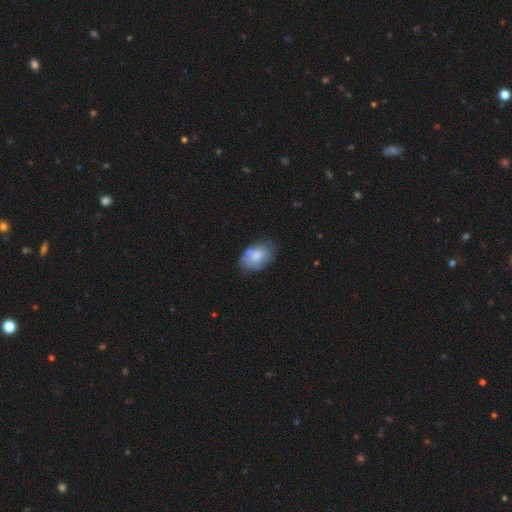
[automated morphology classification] Overall: smooth (68%). How rounded: in between (84%). Merging: none (61%; minor disturbance 26%).